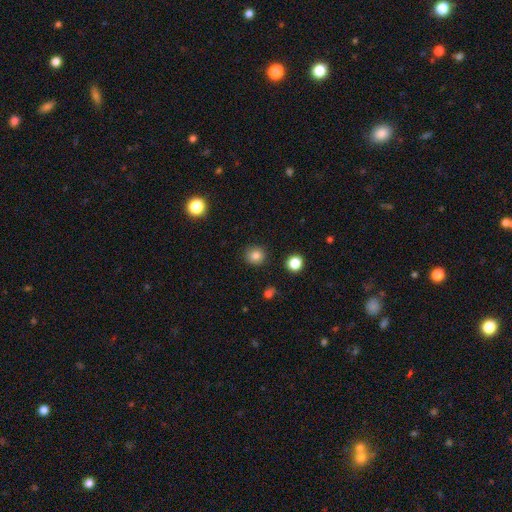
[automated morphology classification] Smooth or featured? smooth (83%)
How rounded? round (91%)
Merging? none (90%)